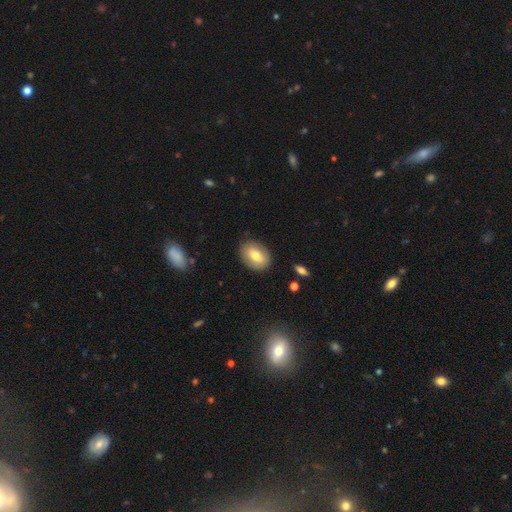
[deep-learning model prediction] smooth_or_featured: smooth (p=0.71) [alt: featured or disk p=0.22]
how_rounded: in between (p=0.78) [alt: round p=0.21]
merging: none (p=0.85) [alt: minor disturbance p=0.11]